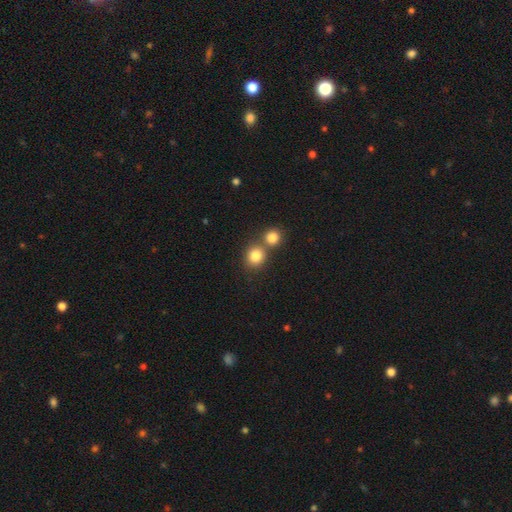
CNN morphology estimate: Q: Smooth or featured?
A: smooth (83%); runner-up: star or artifact (11%)
Q: How rounded?
A: round (80%); runner-up: in between (19%)
Q: Merging?
A: none (53%); runner-up: merger (37%)